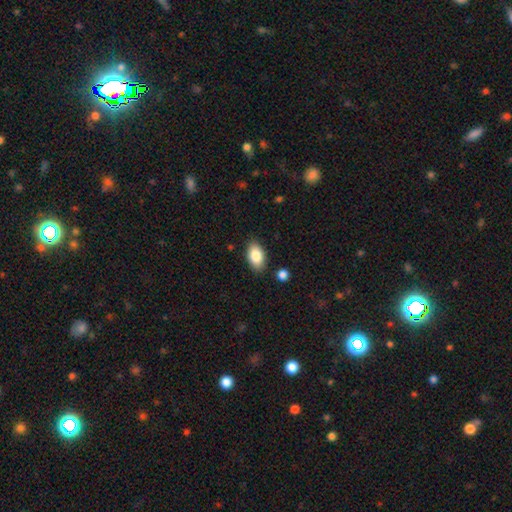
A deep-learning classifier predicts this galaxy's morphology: Smooth or featured? Predicted: smooth (p=0.86). How rounded? Predicted: in between (p=0.93). Merging? Predicted: none (p=0.85).